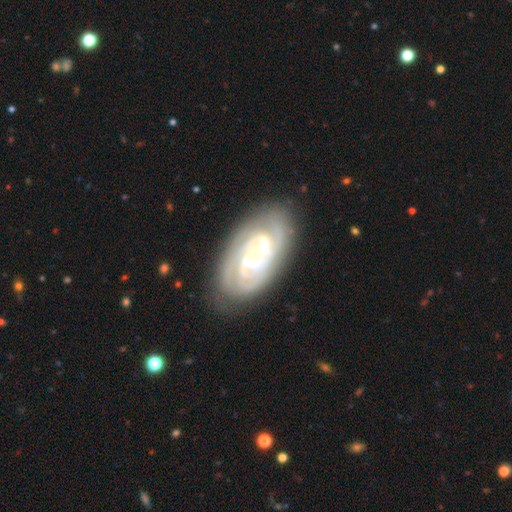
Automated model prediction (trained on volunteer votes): Smooth or featured? featured or disk (88%)
Edge-on disk? no (96%)
Bar? no (43%)
Spiral arms? yes (98%)
Spiral winding? tight (72%)
Spiral arm count? 2 (37%)
Bulge size? small (75%)
Merging? none (80%)